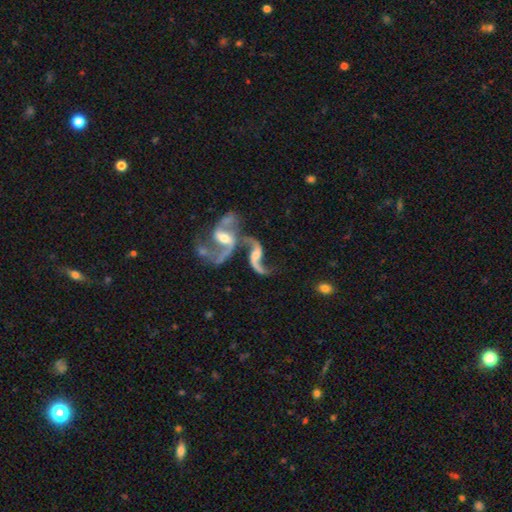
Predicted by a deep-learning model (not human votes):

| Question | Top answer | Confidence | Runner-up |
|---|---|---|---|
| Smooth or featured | featured or disk | 84% | smooth (9%) |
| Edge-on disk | no | 96% | yes (4%) |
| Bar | weak | 42% | no (41%) |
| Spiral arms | yes | 91% | no (9%) |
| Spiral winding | loose | 86% | medium (11%) |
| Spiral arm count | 2 | 84% | 1 (7%) |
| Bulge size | moderate | 44% | small (35%) |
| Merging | merger | 62% | none (19%) |